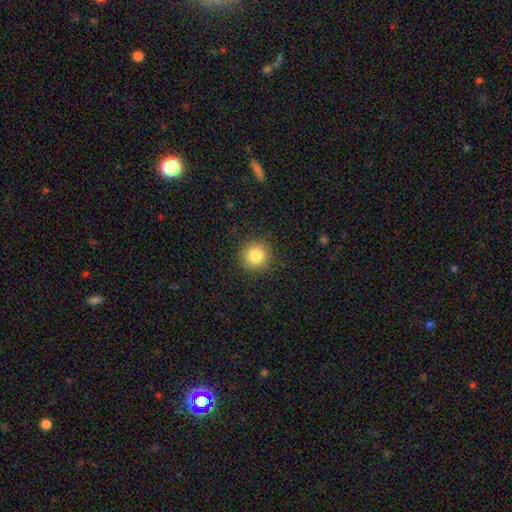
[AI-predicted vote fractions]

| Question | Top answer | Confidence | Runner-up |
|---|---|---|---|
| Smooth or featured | smooth | 82% | star or artifact (11%) |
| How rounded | round | 94% | in between (5%) |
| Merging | none | 91% | minor disturbance (6%) |